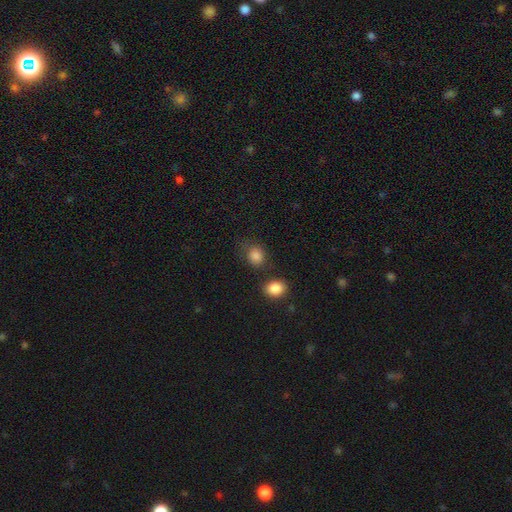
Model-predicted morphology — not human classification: Smooth or featured?
  - smooth: 84% *
  - star or artifact: 11%
  - featured or disk: 5%
How rounded?
  - round: 65% *
  - in between: 34%
  - cigar-shaped: 1%
Merging?
  - none: 68% *
  - minor disturbance: 16%
  - merger: 11%
  - major disturbance: 6%